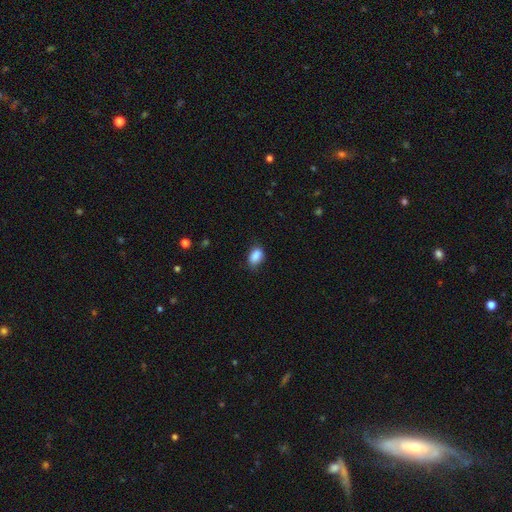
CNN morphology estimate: smooth 87%, star or artifact 9%, featured or disk 5%. Down the decision tree: how rounded — in between (82%); merging — none (71%).